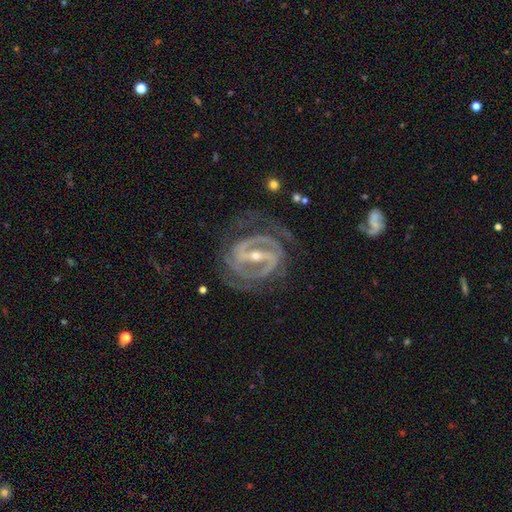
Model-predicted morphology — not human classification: Smooth or featured?
  - featured or disk: 93% *
  - star or artifact: 4%
  - smooth: 3%
Edge-on disk?
  - no: 96% *
  - yes: 4%
Bar?
  - strong: 79% *
  - weak: 16%
  - no: 5%
Spiral arms?
  - yes: 97% *
  - no: 3%
Spiral winding?
  - tight: 57% *
  - medium: 36%
  - loose: 7%
Spiral arm count?
  - 2: 67% *
  - 3: 13%
  - can't tell: 9%
  - 4: 5%
  - 1: 3%
  - more than 4: 3%
Bulge size?
  - small: 61% *
  - moderate: 36%
  - large: 1%
  - none: 1%
  - dominant: 1%
Merging?
  - none: 73% *
  - minor disturbance: 15%
  - major disturbance: 11%
  - merger: 2%